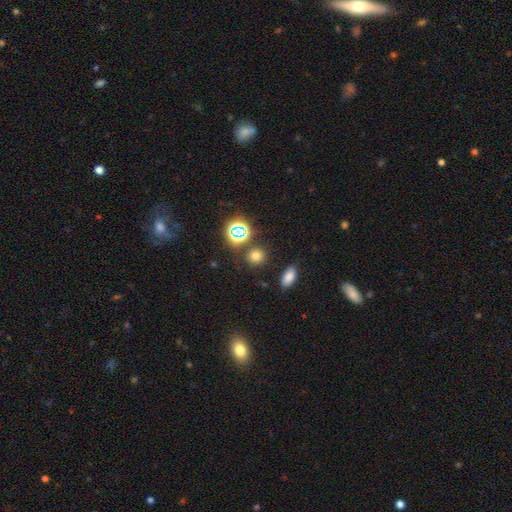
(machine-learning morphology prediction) Smooth or featured? smooth (69%)
How rounded? round (86%)
Merging? none (85%)